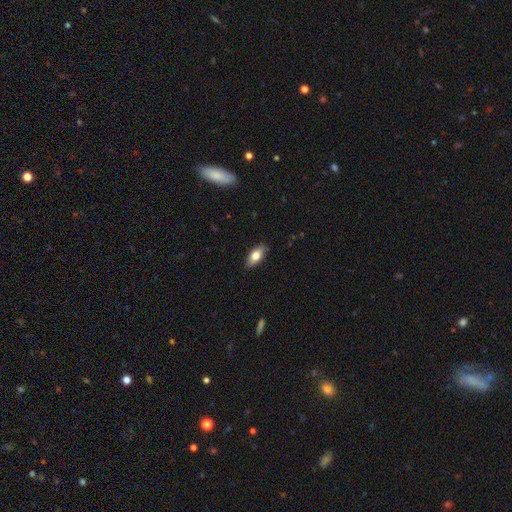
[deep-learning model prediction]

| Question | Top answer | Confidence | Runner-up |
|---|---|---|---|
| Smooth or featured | smooth | 73% | featured or disk (21%) |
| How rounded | in between | 84% | cigar-shaped (13%) |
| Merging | none | 87% | minor disturbance (10%) |